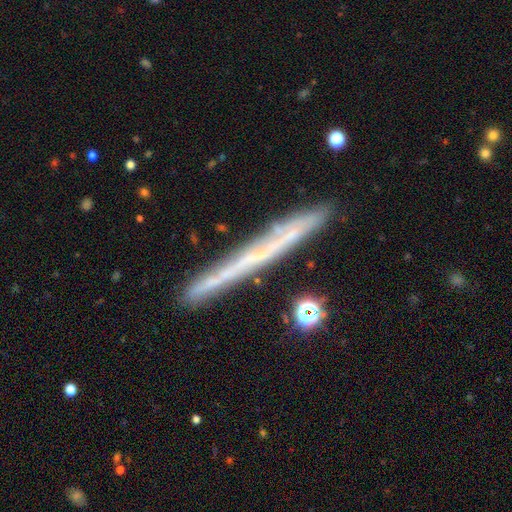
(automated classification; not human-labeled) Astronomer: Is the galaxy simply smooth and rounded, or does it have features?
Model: featured or disk — 55% (runner-up: smooth, 37%).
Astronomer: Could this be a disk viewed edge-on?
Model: yes — 94%.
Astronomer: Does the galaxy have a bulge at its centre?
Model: none — 91%.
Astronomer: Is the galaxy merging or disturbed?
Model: none — 85%.